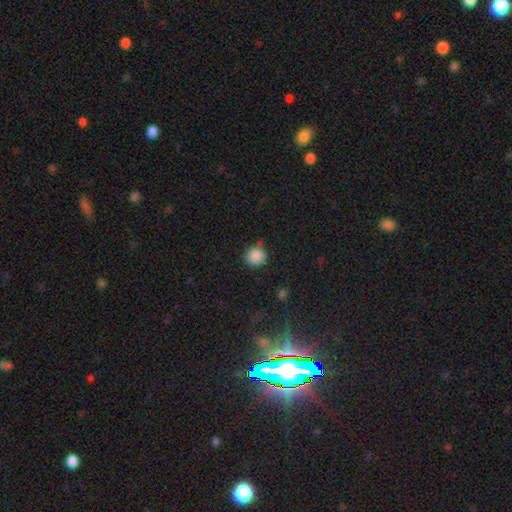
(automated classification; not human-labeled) A smooth galaxy with no disk features (87%) that is round (87%).

Vote fractions:
- Smooth or featured? smooth: 87% / star or artifact: 9% / featured or disk: 4%
- How rounded? round: 87% / in between: 12% / cigar-shaped: 1%
- Merging? none: 77% / minor disturbance: 14% / merger: 5% / major disturbance: 4%